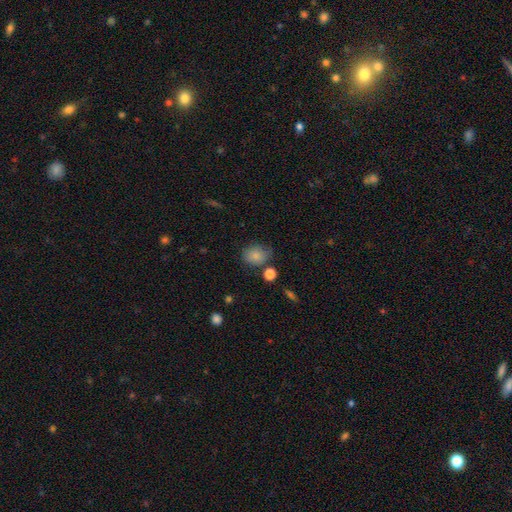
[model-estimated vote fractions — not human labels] Morphology: type=smooth (82%); roundness=round (54%); merging=none (64%).